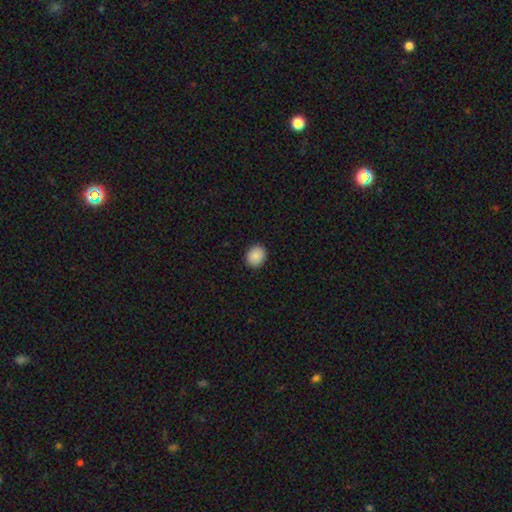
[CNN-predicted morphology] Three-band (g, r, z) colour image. It shows a smooth galaxy with no disk features (89%) that is round (57%). Merging: none (91%).